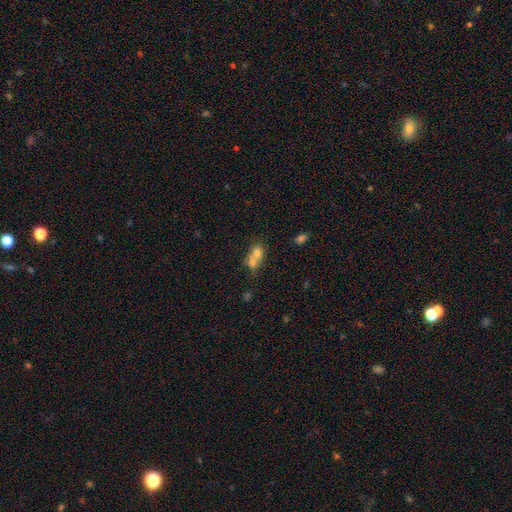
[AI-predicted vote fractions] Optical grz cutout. It shows a smooth galaxy with no disk features (69%) that is in between round and cigar-shaped (52%). Merging: merger (67%).